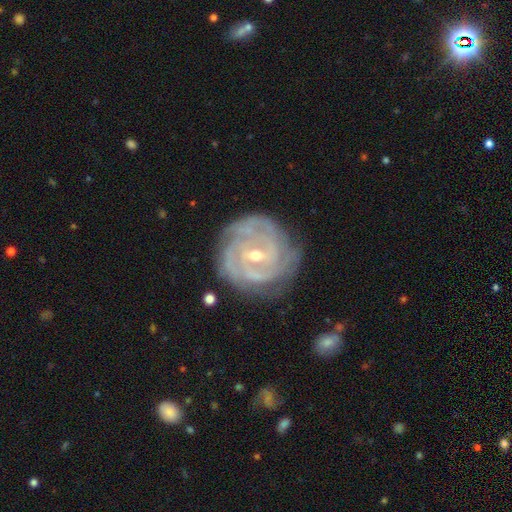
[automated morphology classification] Q: Smooth or featured?
A: featured or disk (88%); runner-up: smooth (7%)
Q: Edge-on disk?
A: no (97%); runner-up: yes (3%)
Q: Bar?
A: weak (53%); runner-up: no (24%)
Q: Spiral arms?
A: yes (96%); runner-up: no (4%)
Q: Spiral winding?
A: tight (77%); runner-up: medium (20%)
Q: Spiral arm count?
A: can't tell (28%); runner-up: 3 (24%)
Q: Bulge size?
A: small (51%); runner-up: moderate (46%)
Q: Merging?
A: none (76%); runner-up: minor disturbance (17%)